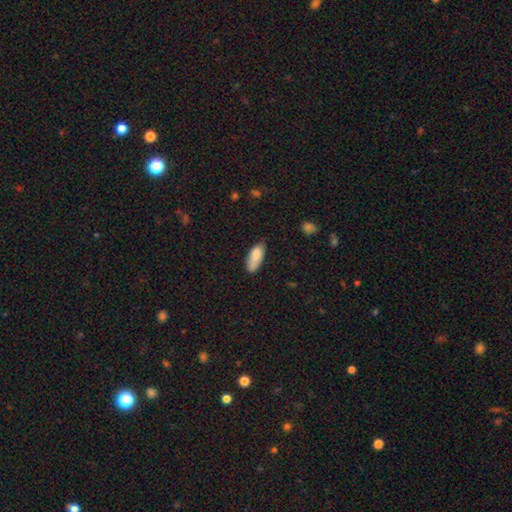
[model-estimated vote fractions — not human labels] smooth_or_featured: smooth (p=0.85) [alt: featured or disk p=0.09]
how_rounded: in between (p=0.78) [alt: cigar-shaped p=0.20]
merging: none (p=0.65) [alt: minor disturbance p=0.26]